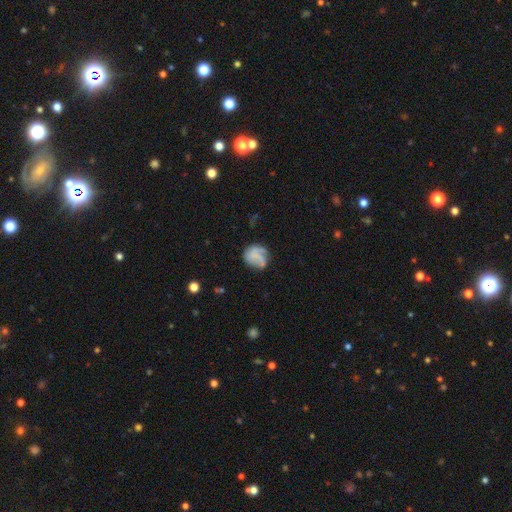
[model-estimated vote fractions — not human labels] Smooth or featured? smooth (52%)
How rounded? round (74%)
Merging? none (56%)